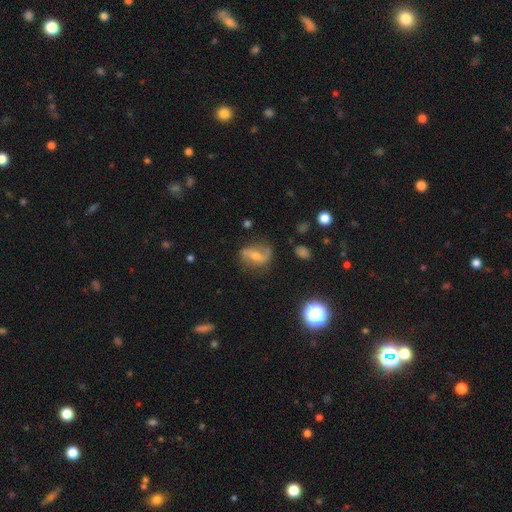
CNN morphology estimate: Smooth or featured: featured or disk — 74% (smooth — 15%)
Edge-on disk: no — 96% (yes — 4%)
Bar: weak — 39% (strong — 31%)
Spiral arms: yes — 91% (no — 9%)
Spiral winding: loose — 56% (medium — 32%)
Spiral arm count: 2 — 85% (1 — 6%)
Bulge size: moderate — 49% (small — 44%)
Merging: none — 72% (minor disturbance — 18%)